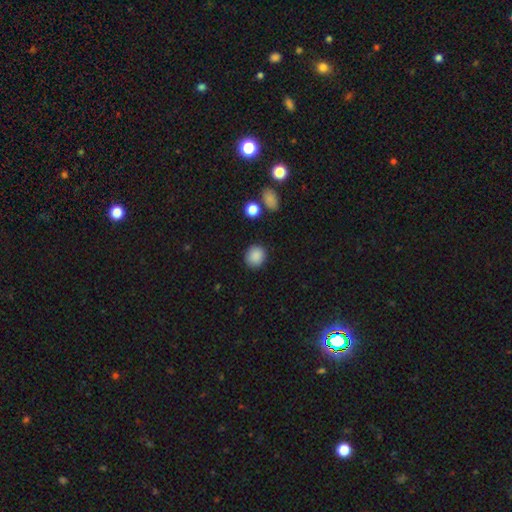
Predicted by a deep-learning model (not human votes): smooth-or-featured: smooth: 88% | star or artifact: 9% | featured or disk: 3%
  how-rounded: round: 79% | in between: 20% | cigar-shaped: 1%
  merging: none: 87% | minor disturbance: 8% | major disturbance: 3% | merger: 2%